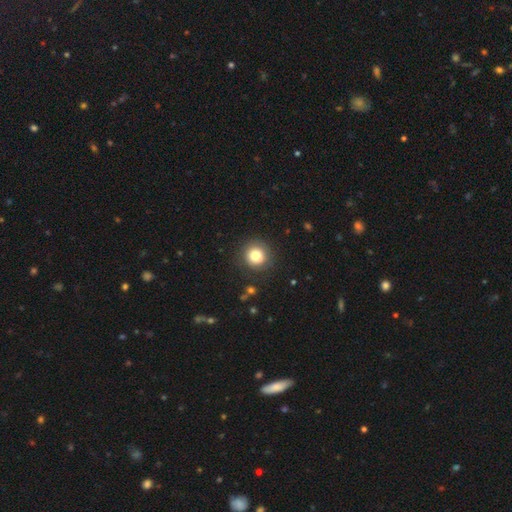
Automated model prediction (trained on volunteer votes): A smooth galaxy with no disk features (80%) that is round (93%). Merging: none (88%).